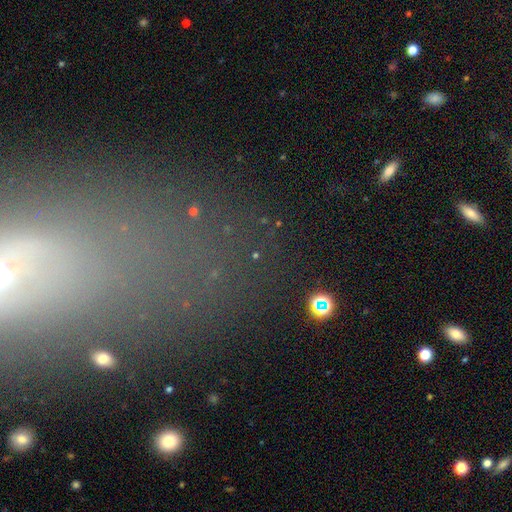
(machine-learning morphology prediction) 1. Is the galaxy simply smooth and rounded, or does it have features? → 67% star or artifact, 20% smooth, 13% featured or disk.